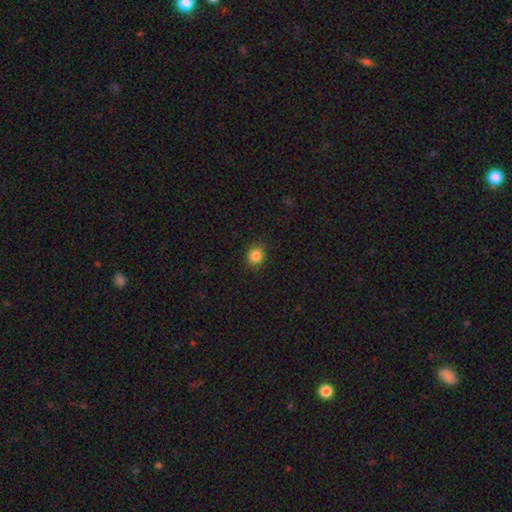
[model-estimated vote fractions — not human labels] Q: Smooth or featured?
A: smooth (85%); runner-up: star or artifact (11%)
Q: How rounded?
A: round (77%); runner-up: in between (22%)
Q: Merging?
A: none (90%); runner-up: minor disturbance (7%)